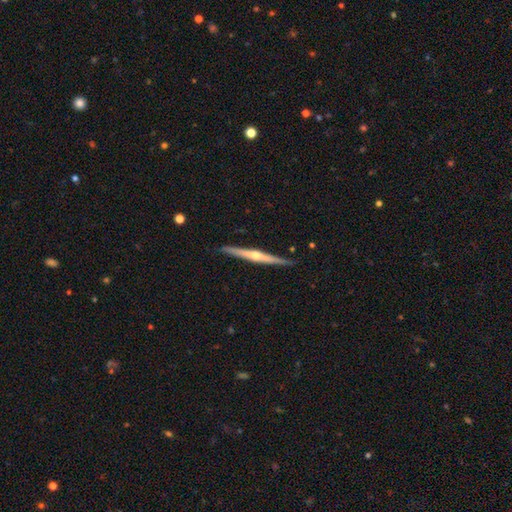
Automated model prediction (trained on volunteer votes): A featured or disk galaxy (77%) viewed edge-on (98%) with a rounded central bulge (84%). Merging: none (89%).